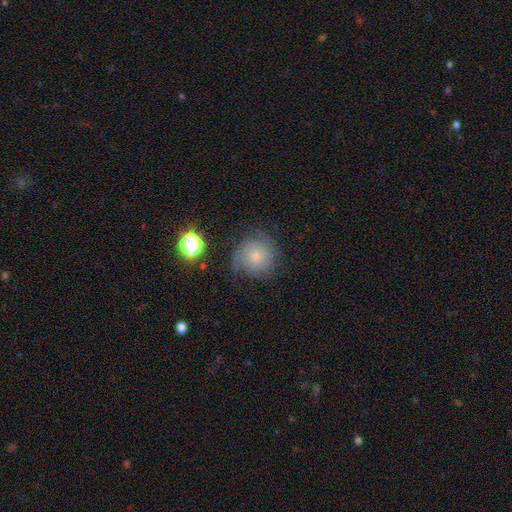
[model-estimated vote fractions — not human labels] The model was most divided on "smooth or featured": smooth: 54%, featured or disk: 33%, star or artifact: 13%. More confident: how rounded — round (90%); merging — none (62%).